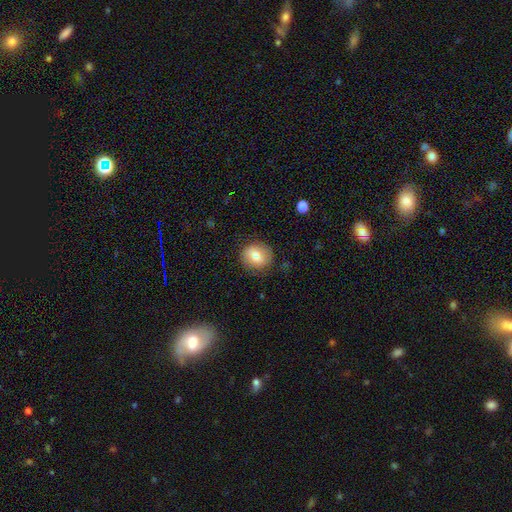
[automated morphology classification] Smooth or featured? smooth (78%)
How rounded? round (68%)
Merging? none (81%)